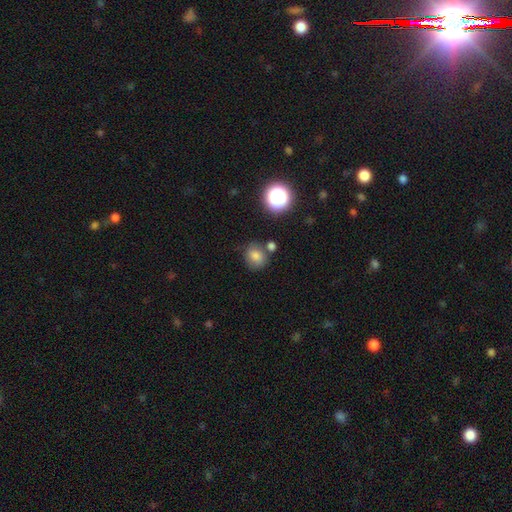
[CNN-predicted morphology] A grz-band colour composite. It shows a smooth galaxy with no disk features (77%) that is round (71%). Merging: none (69%).